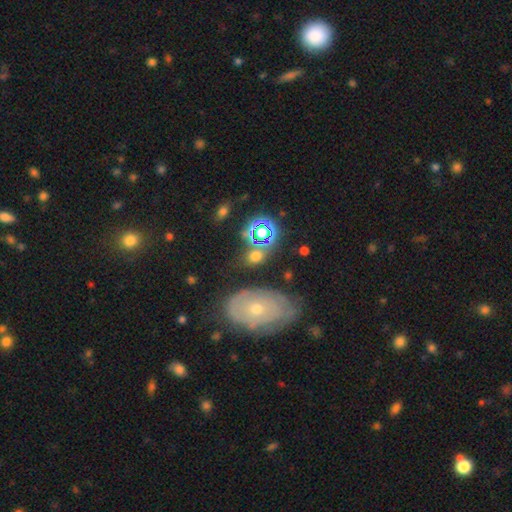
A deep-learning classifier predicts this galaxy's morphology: A smooth galaxy with no disk features (51%) that is round (58%). Merging: none (62%).